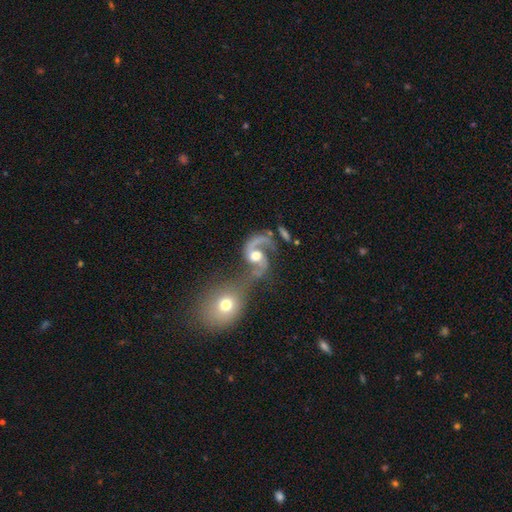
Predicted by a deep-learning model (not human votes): featured or disk 85%, smooth 8%, star or artifact 6%. Down the decision tree: edge-on disk — no (98%); bar — no (54%); spiral arms — yes (95%); spiral arm count — 2 (85%); spiral winding — loose (46%); bulge size — moderate (62%); merging — merger (51%).